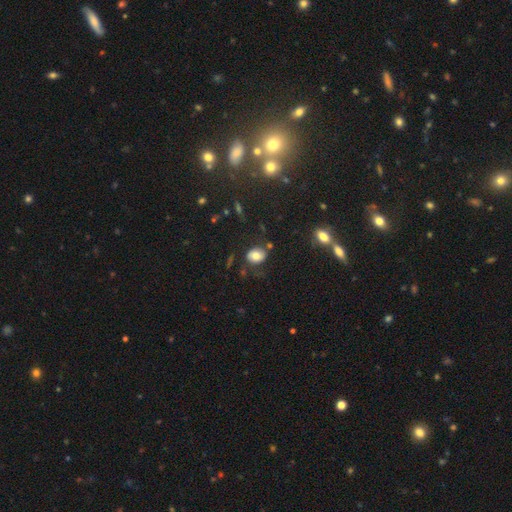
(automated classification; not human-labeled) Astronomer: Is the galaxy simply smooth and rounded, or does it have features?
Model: smooth — 72%.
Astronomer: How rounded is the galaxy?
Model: in between — 59% (runner-up: round, 40%).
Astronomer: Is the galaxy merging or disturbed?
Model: none — 68%.